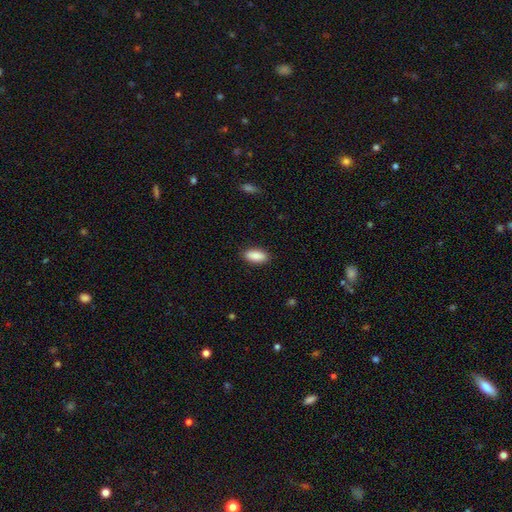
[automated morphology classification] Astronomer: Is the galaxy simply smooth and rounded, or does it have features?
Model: smooth — 89%.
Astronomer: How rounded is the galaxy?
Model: in between — 86%.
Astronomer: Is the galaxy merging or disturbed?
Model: none — 89%.